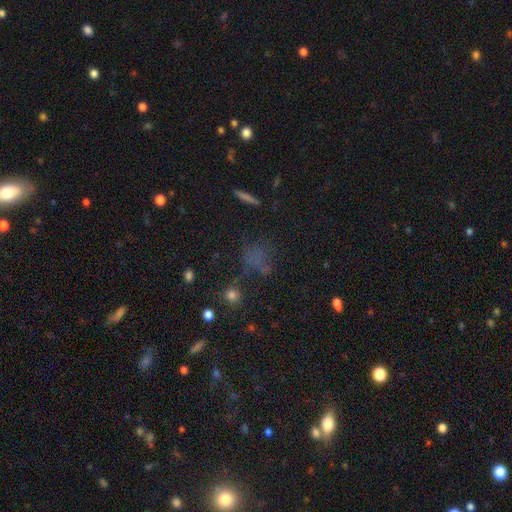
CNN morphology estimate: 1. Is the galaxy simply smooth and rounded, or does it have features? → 51% smooth, 34% star or artifact, 16% featured or disk.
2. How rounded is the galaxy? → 60% round, 35% in between, 6% cigar-shaped.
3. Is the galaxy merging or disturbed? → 60% none, 18% minor disturbance, 14% major disturbance, 8% merger.